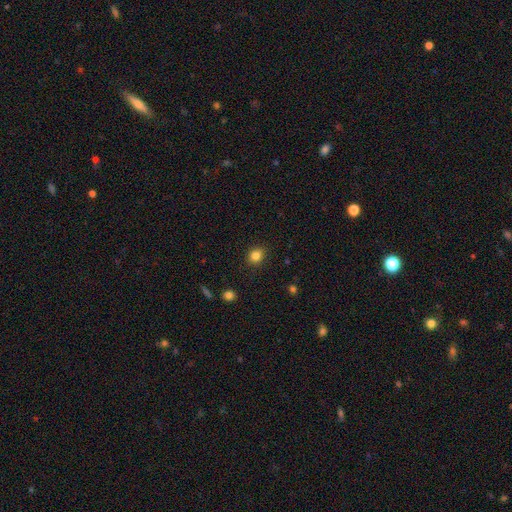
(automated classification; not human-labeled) smooth_or_featured: smooth (p=0.83) [alt: star or artifact p=0.12]
how_rounded: round (p=0.72) [alt: in between p=0.27]
merging: none (p=0.88) [alt: minor disturbance p=0.09]